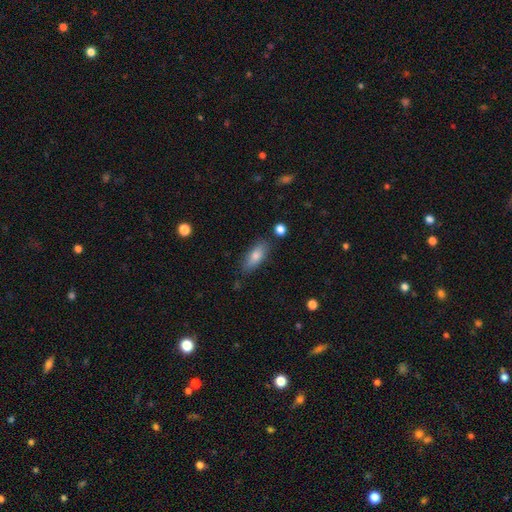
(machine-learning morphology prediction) smooth 75%, featured or disk 17%, star or artifact 8%. Down the decision tree: how rounded — in between (72%); merging — none (83%).